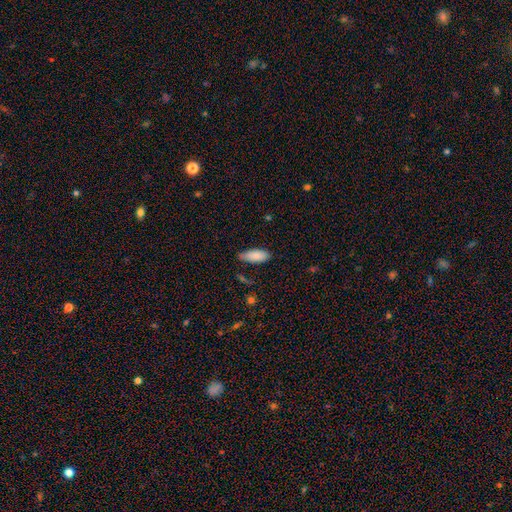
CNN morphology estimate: smooth 87%, featured or disk 7%, star or artifact 6%. Down the decision tree: how rounded — in between (80%); merging — none (75%).